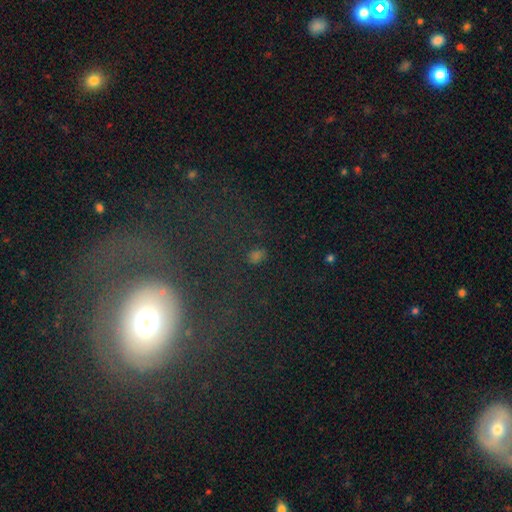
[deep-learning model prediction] smooth 45%, star or artifact 42%, featured or disk 13%. Down the decision tree: merging — none (75%).